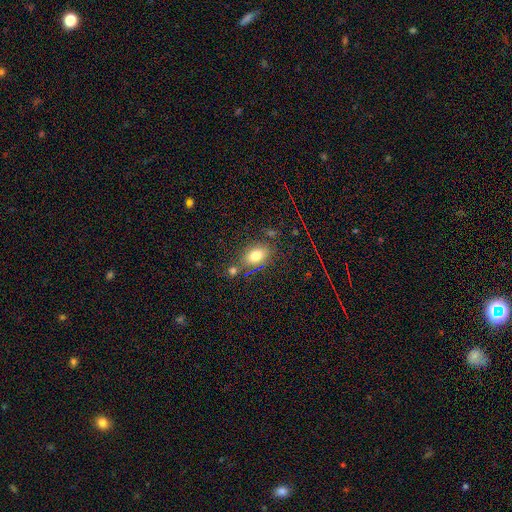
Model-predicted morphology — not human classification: smooth-or-featured: smooth: 76% | star or artifact: 13% | featured or disk: 11%
  how-rounded: in between: 77% | round: 21% | cigar-shaped: 2%
  merging: none: 68% | minor disturbance: 15% | merger: 12% | major disturbance: 5%